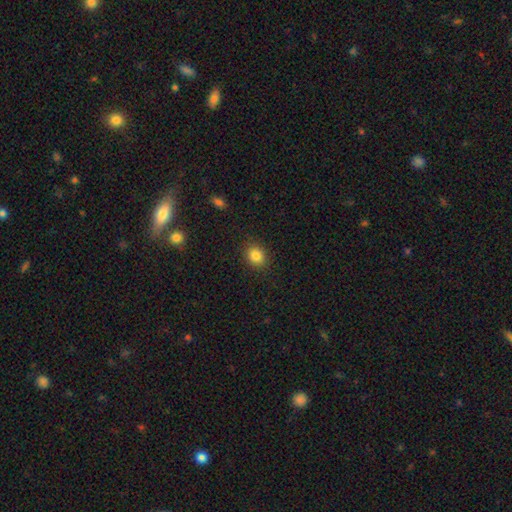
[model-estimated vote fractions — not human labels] A smooth galaxy with no disk features (85%) that is round (57%).

Vote fractions:
- Smooth or featured? smooth: 85% / star or artifact: 10% / featured or disk: 5%
- How rounded? round: 57% / in between: 42% / cigar-shaped: 1%
- Merging? none: 88% / minor disturbance: 8% / major disturbance: 3% / merger: 1%